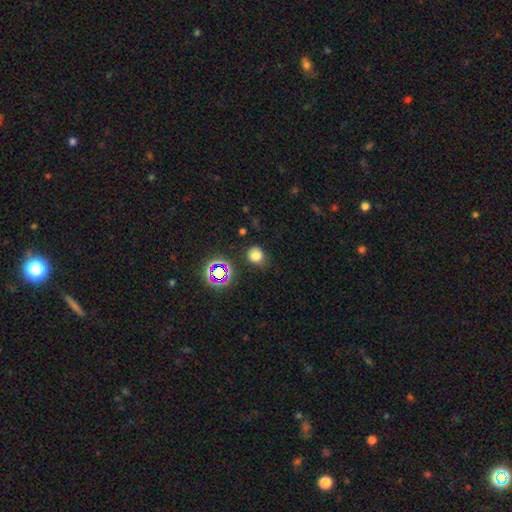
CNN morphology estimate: smooth-or-featured: smooth: 74% | star or artifact: 19% | featured or disk: 7%
  how-rounded: round: 70% | in between: 29% | cigar-shaped: 1%
  merging: none: 76% | minor disturbance: 16% | major disturbance: 5% | merger: 3%